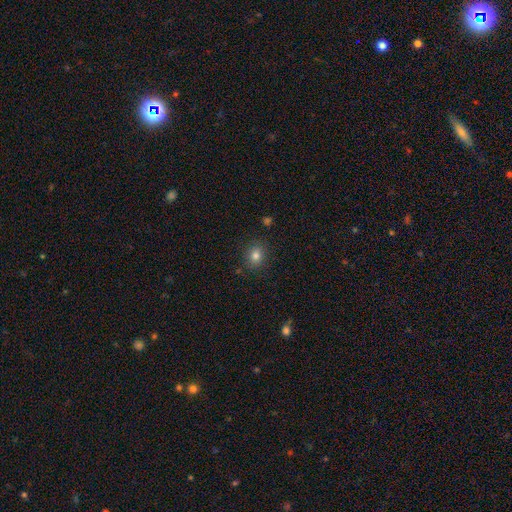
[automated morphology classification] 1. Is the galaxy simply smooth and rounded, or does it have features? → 80% smooth, 13% star or artifact, 7% featured or disk.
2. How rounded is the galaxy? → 66% round, 33% in between, 1% cigar-shaped.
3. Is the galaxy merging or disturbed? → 87% none, 9% minor disturbance, 3% major disturbance, 2% merger.